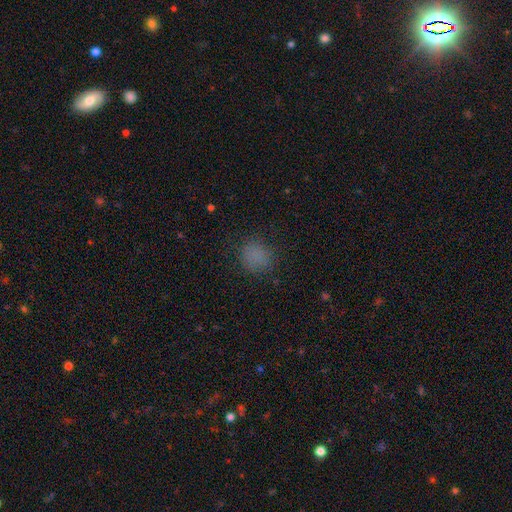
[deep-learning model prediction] The model was most divided on "how rounded": round: 81%, in between: 18%, cigar-shaped: 1%. More confident: merging — none (82%); smooth or featured — smooth (79%).